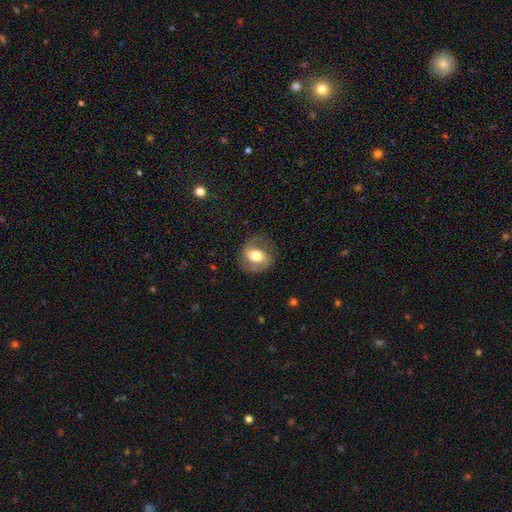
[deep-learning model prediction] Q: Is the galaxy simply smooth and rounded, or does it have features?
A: smooth — 47%.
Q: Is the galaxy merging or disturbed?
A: none — 74%.